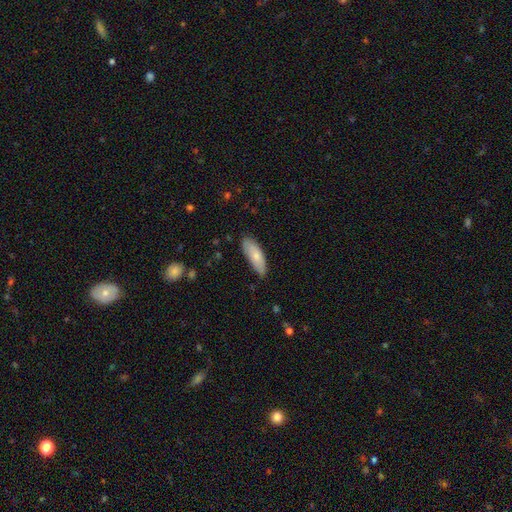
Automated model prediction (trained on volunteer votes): The model was most divided on "how rounded": in between: 64%, cigar-shaped: 34%, round: 2%. More confident: merging — none (79%); smooth or featured — smooth (74%).